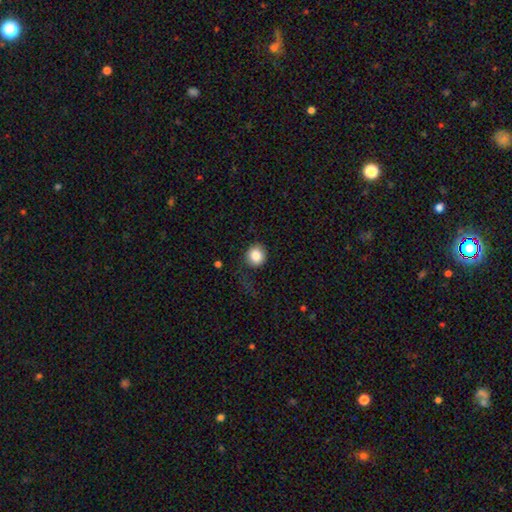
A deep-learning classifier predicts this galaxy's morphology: This appears to be a smooth galaxy with no disk features (85%) that is round (89%). Merging: none (75%).